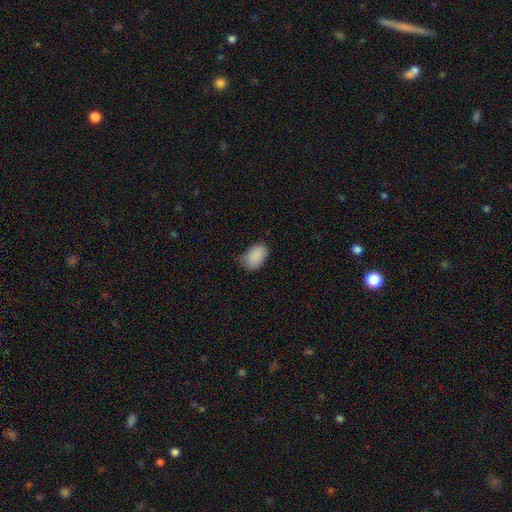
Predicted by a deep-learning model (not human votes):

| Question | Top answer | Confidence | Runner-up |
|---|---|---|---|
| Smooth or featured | smooth | 89% | star or artifact (8%) |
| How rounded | in between | 90% | round (9%) |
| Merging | none | 71% | minor disturbance (24%) |